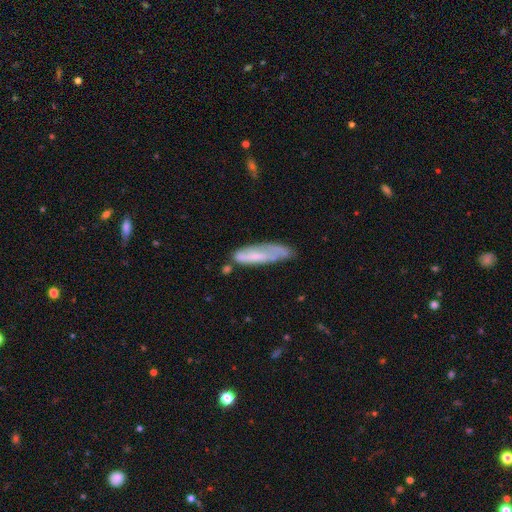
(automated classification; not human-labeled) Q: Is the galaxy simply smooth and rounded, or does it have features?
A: smooth — 52%.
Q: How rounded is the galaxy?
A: cigar-shaped — 70%.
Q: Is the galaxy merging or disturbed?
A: none — 51%.